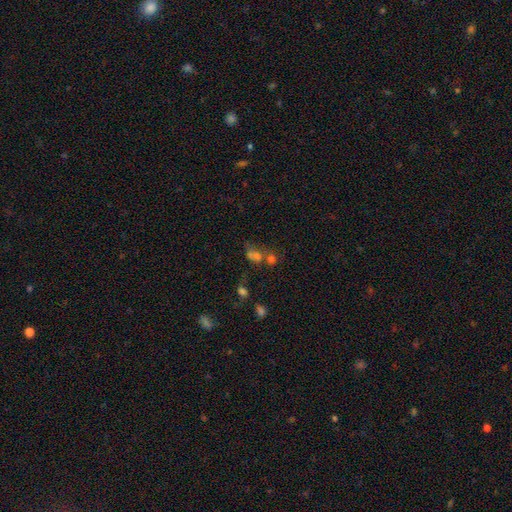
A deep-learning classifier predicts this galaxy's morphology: Smooth or featured?
  - smooth: 54% *
  - star or artifact: 29%
  - featured or disk: 17%
How rounded?
  - round: 58% *
  - in between: 40%
  - cigar-shaped: 3%
Merging?
  - merger: 50% *
  - none: 32%
  - minor disturbance: 9%
  - major disturbance: 8%